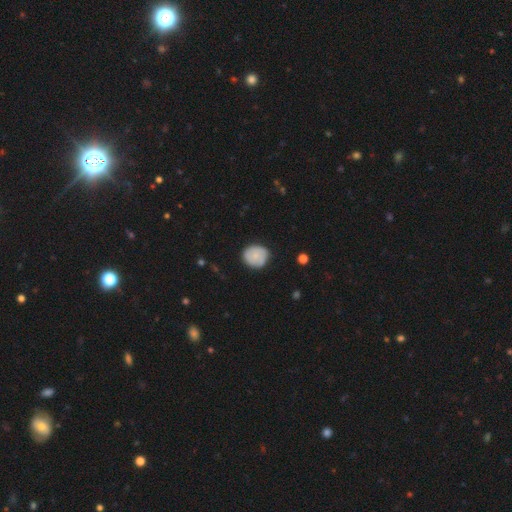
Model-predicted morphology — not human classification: Smooth or featured? Predicted: smooth (p=0.78). How rounded? Predicted: round (p=0.81). Merging? Predicted: none (p=0.81).